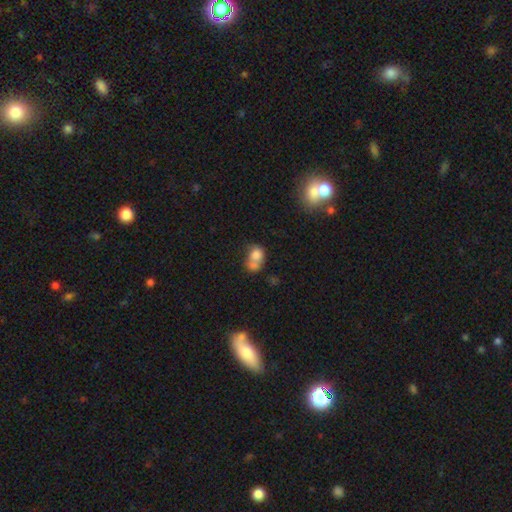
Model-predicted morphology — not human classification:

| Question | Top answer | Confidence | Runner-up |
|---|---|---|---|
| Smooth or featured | smooth | 73% | featured or disk (16%) |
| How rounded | round | 57% | in between (42%) |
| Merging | merger | 62% | none (22%) |